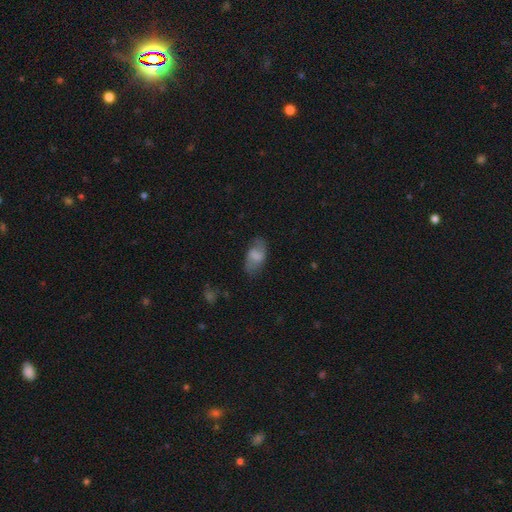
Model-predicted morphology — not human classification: This is likely a smooth galaxy (61%). How rounded: clearly in between (91%). Merging: likely none (70%).